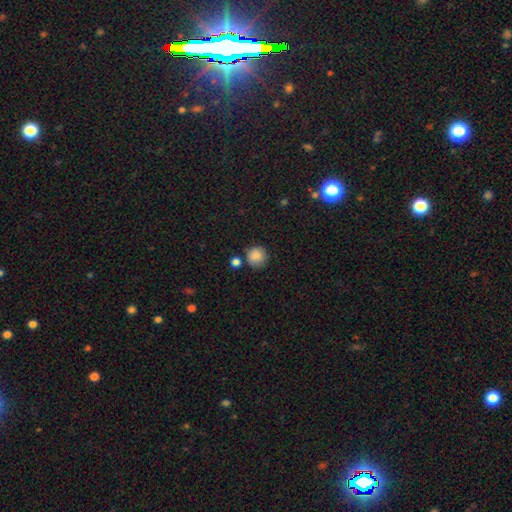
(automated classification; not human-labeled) Overall: smooth (87%). How rounded: round (93%). Merging: none (79%).